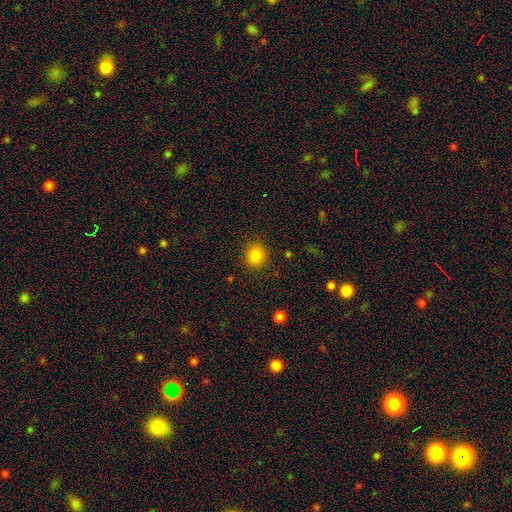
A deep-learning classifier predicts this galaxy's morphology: This is clearly a smooth galaxy (84%). How rounded: clearly round (84%). Merging: clearly none (89%).